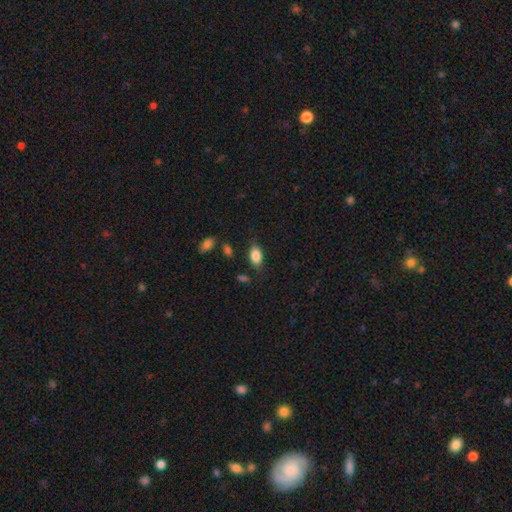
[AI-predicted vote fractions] A smooth galaxy with no disk features (81%) that is in between round and cigar-shaped (88%).

Vote fractions:
- Smooth or featured? smooth: 81% / featured or disk: 11% / star or artifact: 8%
- How rounded? in between: 88% / round: 7% / cigar-shaped: 5%
- Merging? none: 74% / minor disturbance: 18% / major disturbance: 5% / merger: 2%